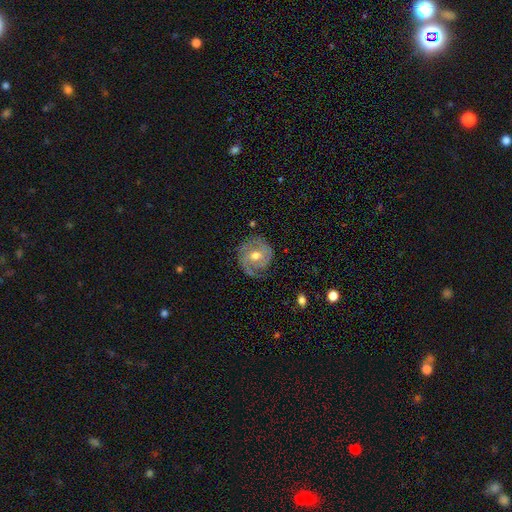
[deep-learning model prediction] The model was most divided on "bar": no: 52%, weak: 38%, strong: 10%. More confident: edge-on disk — no (97%); spiral arms — yes (93%); smooth or featured — featured or disk (83%); merging — none (75%); bulge size — moderate (74%); spiral winding — tight (58%); spiral arm count — 2 (51%).